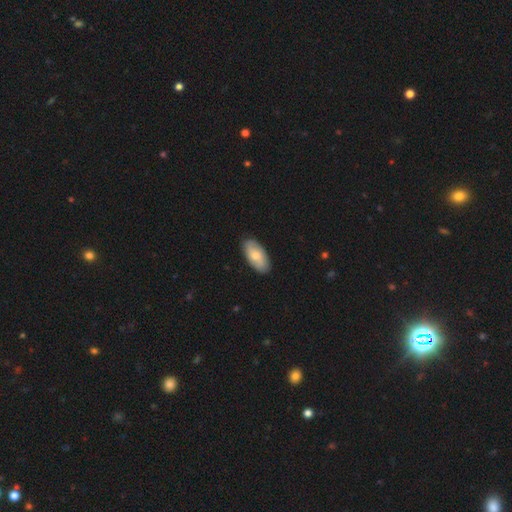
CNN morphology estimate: Overall: smooth (65%; featured or disk 30%). How rounded: in between (92%). Merging: none (87%).